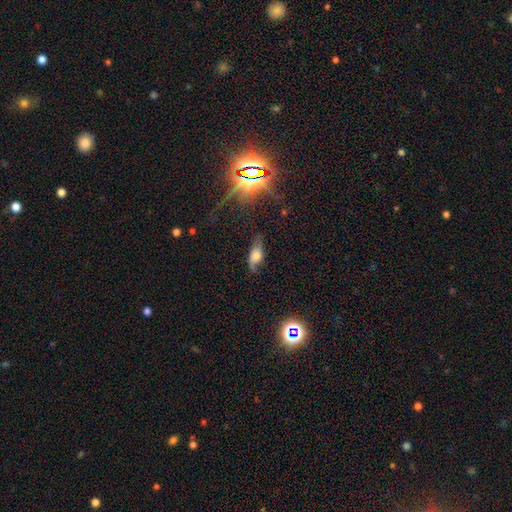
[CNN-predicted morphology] Smooth or featured?
  - smooth: 52% *
  - featured or disk: 35%
  - star or artifact: 13%
How rounded?
  - in between: 75% *
  - cigar-shaped: 19%
  - round: 6%
Merging?
  - none: 54% *
  - minor disturbance: 31%
  - major disturbance: 13%
  - merger: 3%